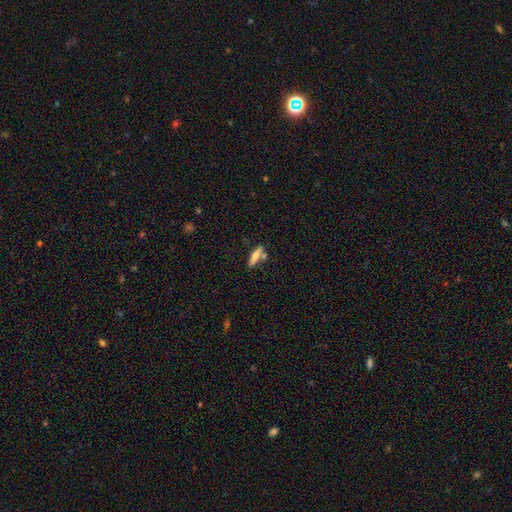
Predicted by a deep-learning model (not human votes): Morphology: type=smooth (62%); roundness=cigar-shaped (77%); merging=none (69%).